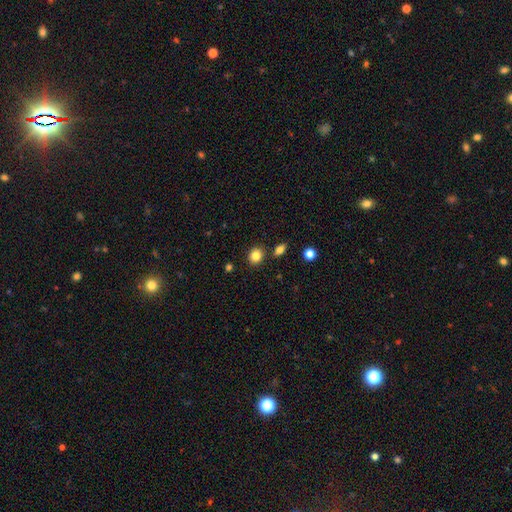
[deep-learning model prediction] Smooth or featured: smooth — 84% (star or artifact — 11%)
How rounded: round — 72% (in between — 27%)
Merging: none — 85% (minor disturbance — 8%)